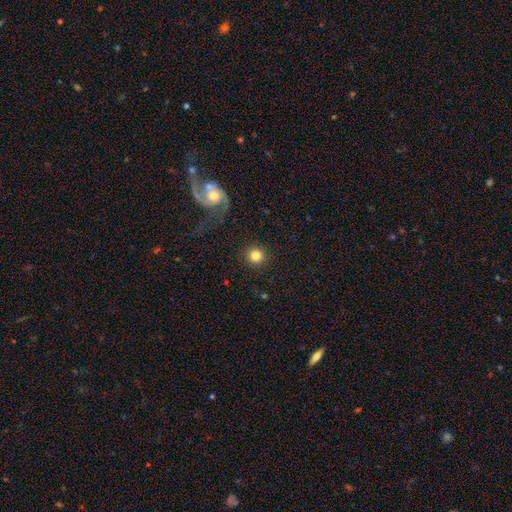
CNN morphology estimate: This is clearly a smooth galaxy (82%). How rounded: clearly round (95%). Merging: clearly none (91%).